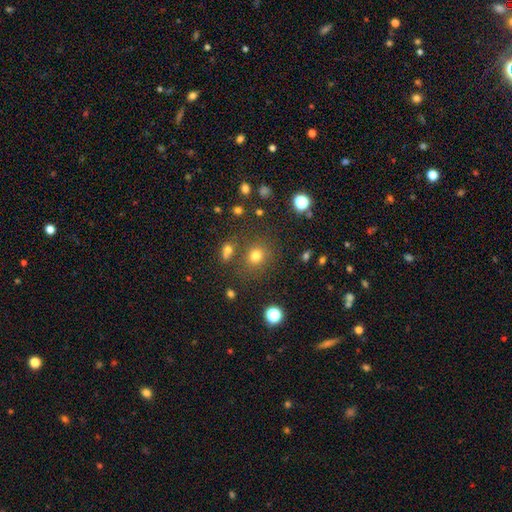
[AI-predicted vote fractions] Smooth or featured: smooth — 74% (star or artifact — 18%)
How rounded: round — 78% (in between — 21%)
Merging: none — 77% (minor disturbance — 11%)